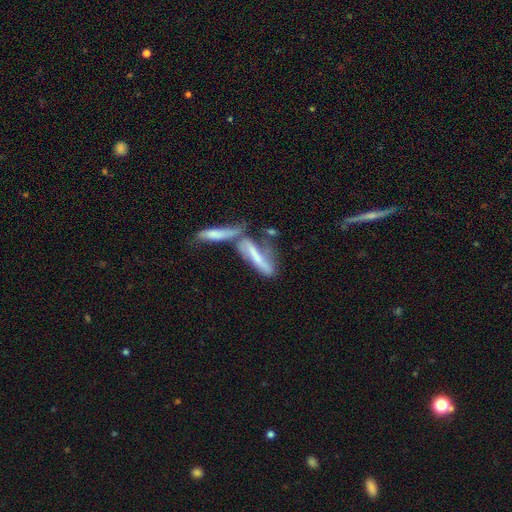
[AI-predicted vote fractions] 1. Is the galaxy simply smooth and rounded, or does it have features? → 50% featured or disk, 40% smooth, 9% star or artifact.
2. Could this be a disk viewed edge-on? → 54% no, 46% yes.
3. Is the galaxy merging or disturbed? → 59% merger, 21% none, 10% minor disturbance, 10% major disturbance.